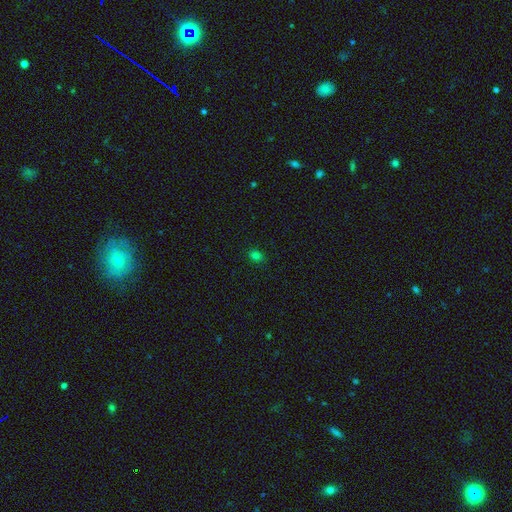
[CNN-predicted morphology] smooth_or_featured: smooth (p=0.79) [alt: star or artifact p=0.17]
how_rounded: in between (p=0.51) [alt: round p=0.48]
merging: none (p=0.88) [alt: minor disturbance p=0.09]